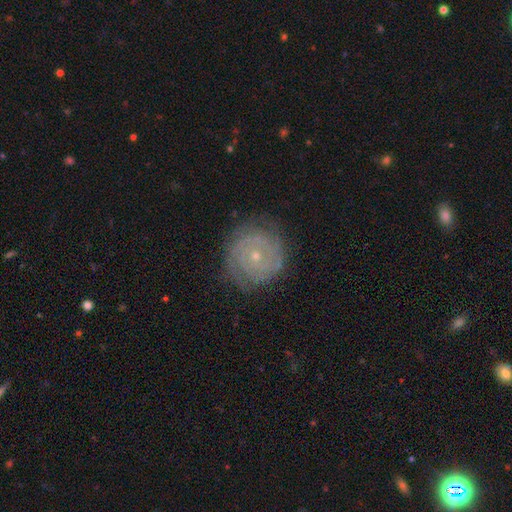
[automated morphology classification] Overall: featured or disk (80%). Edge-on disk: no (98%). Bar: no (80%). Spiral arms: yes (95%). Spiral arm count: 2 (40%; can't tell 27%). Spiral winding: tight (83%). Bulge size: small (76%). Merging: none (81%).